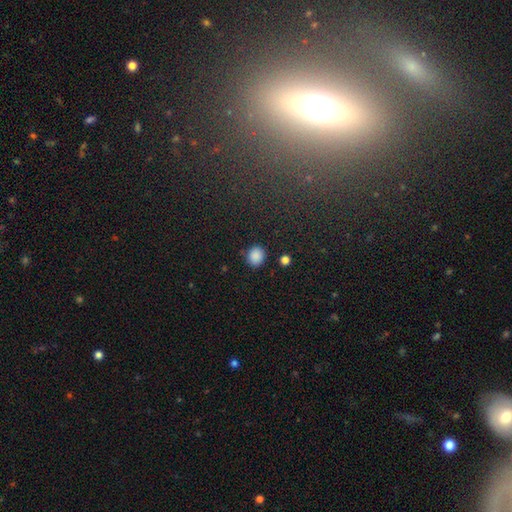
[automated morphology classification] smooth 87%, star or artifact 10%, featured or disk 3%. Down the decision tree: how rounded — round (80%); merging — none (87%).